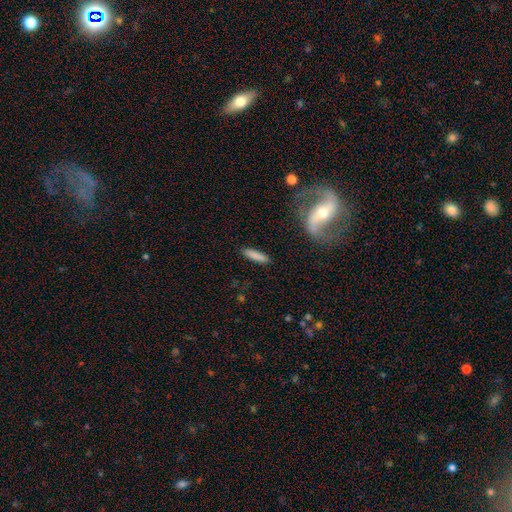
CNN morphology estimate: type=smooth (85%); roundness=cigar-shaped (72%); merging=none (87%).